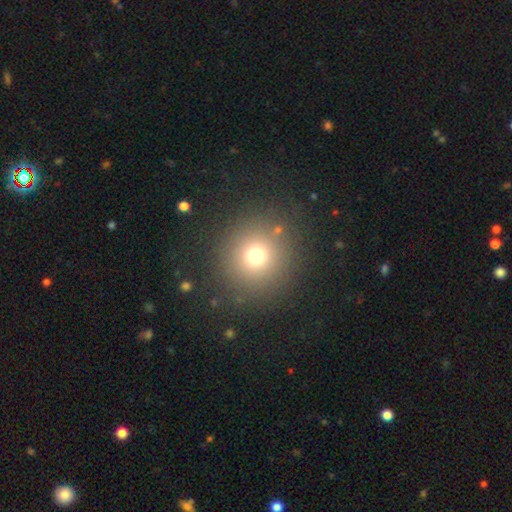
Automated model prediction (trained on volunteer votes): smooth-or-featured: smooth: 71% | star or artifact: 20% | featured or disk: 10%
  how-rounded: round: 94% | in between: 5% | cigar-shaped: 1%
  merging: none: 86% | minor disturbance: 7% | major disturbance: 4% | merger: 3%